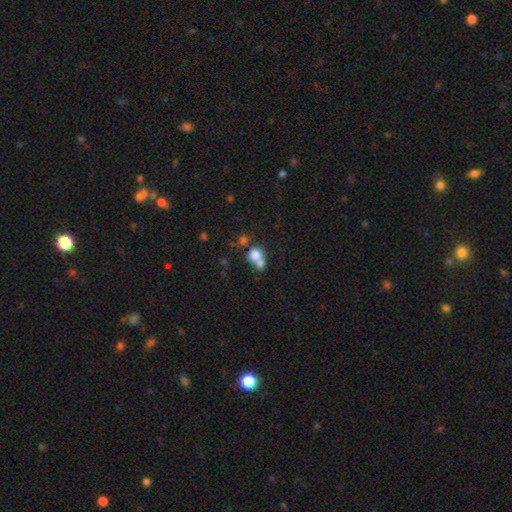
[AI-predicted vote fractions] This appears to be a smooth galaxy with no disk features (76%) that is round (80%). Merging: merger (57%).